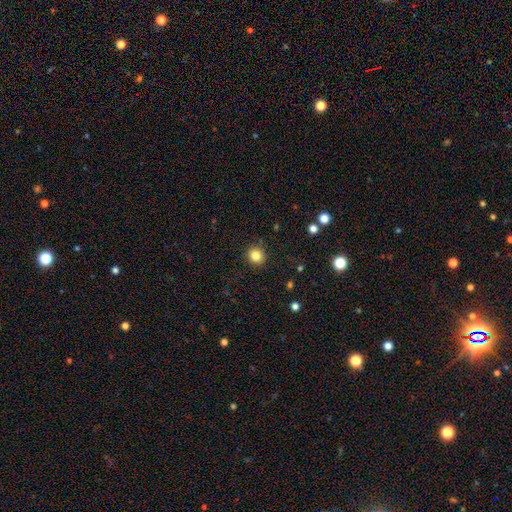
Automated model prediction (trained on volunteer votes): The model was most divided on "smooth or featured": smooth: 84%, star or artifact: 11%, featured or disk: 5%. More confident: merging — none (90%); how rounded — round (87%).